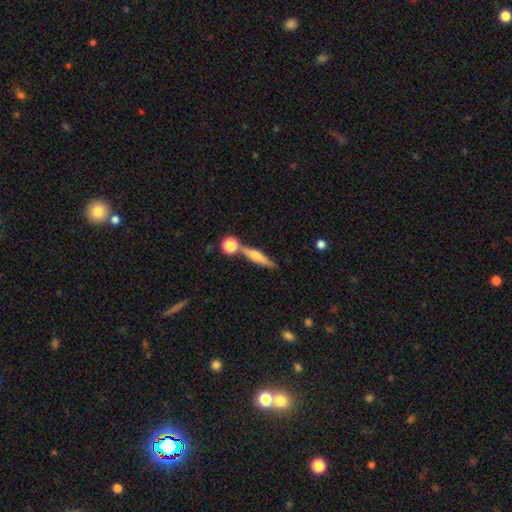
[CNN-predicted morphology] This appears to be a featured or disk galaxy (54%) viewed edge-on (94%) with a rounded central bulge (80%). Merging: none (70%).